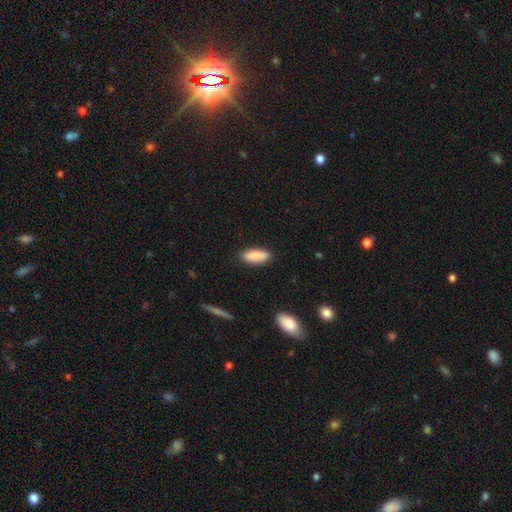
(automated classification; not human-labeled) The model was most divided on "how rounded": in between: 72%, cigar-shaped: 26%, round: 2%. More confident: smooth or featured — smooth (89%); merging — none (87%).